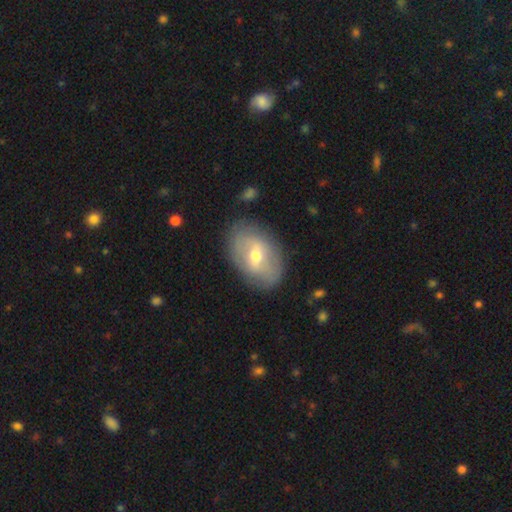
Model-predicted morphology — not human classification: smooth_or_featured: featured or disk (p=0.54) [alt: smooth p=0.39]
disk_edge_on: no (p=0.90) [alt: yes p=0.10]
merging: none (p=0.82) [alt: minor disturbance p=0.13]